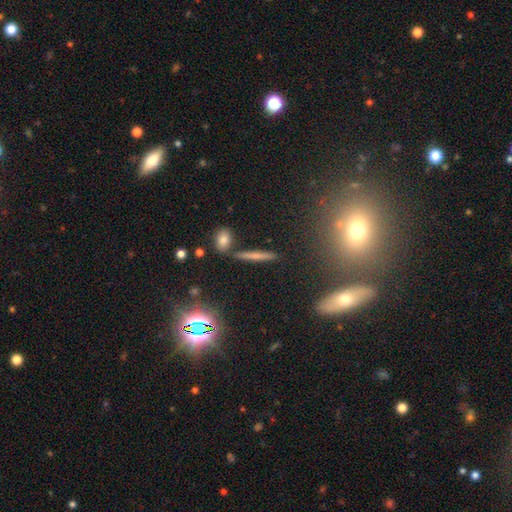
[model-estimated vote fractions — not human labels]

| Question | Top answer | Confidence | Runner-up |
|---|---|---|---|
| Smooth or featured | smooth | 59% | featured or disk (29%) |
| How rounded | cigar-shaped | 89% | in between (7%) |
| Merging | none | 82% | minor disturbance (9%) |